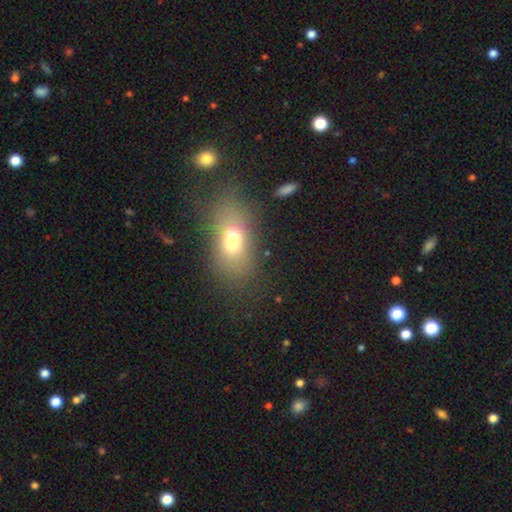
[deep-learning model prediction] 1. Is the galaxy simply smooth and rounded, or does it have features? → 66% smooth, 17% star or artifact, 17% featured or disk.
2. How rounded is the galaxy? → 80% in between, 11% round, 9% cigar-shaped.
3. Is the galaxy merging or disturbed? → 78% none, 13% minor disturbance, 6% major disturbance, 3% merger.